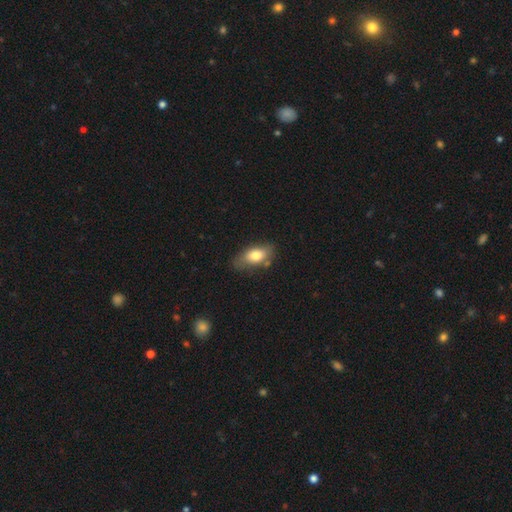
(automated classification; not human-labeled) A smooth galaxy with no disk features (76%) that is in between round and cigar-shaped (88%). Merging: none (68%).